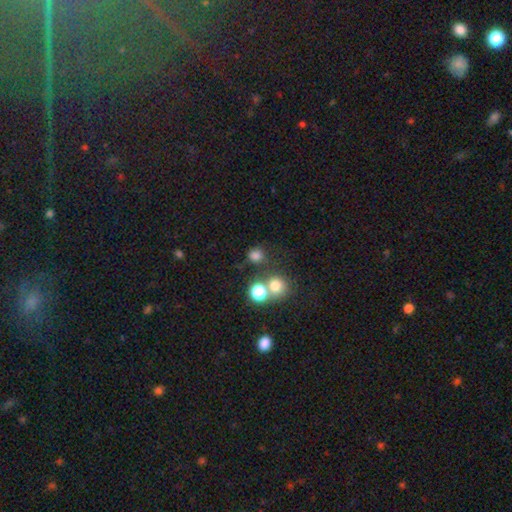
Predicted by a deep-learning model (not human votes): Smooth or featured? smooth (75%)
How rounded? round (84%)
Merging? none (68%)